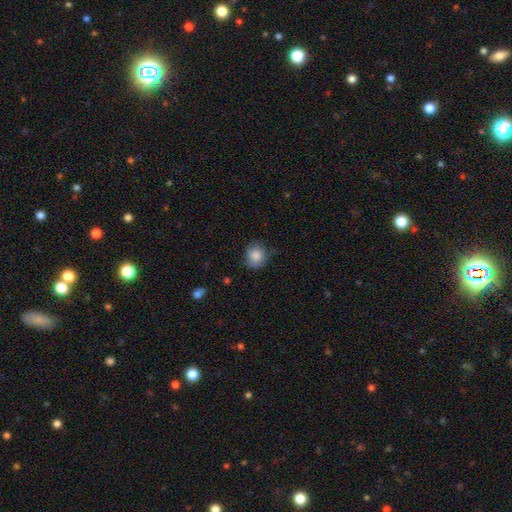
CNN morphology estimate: smooth_or_featured: smooth (p=0.84) [alt: star or artifact p=0.08]
how_rounded: round (p=0.81) [alt: in between p=0.18]
merging: none (p=0.74) [alt: minor disturbance p=0.21]